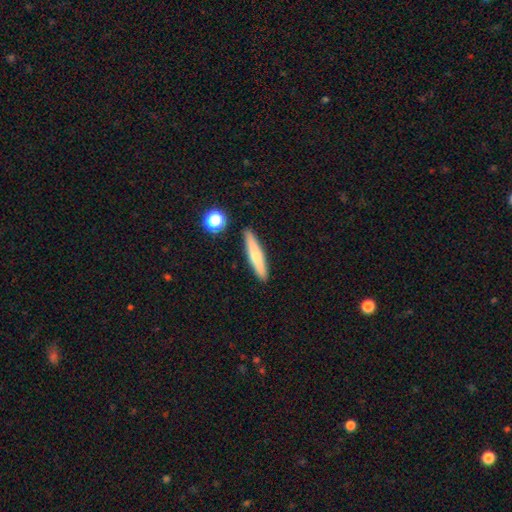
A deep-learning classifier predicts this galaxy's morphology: This is likely a smooth galaxy (63%). How rounded: clearly cigar-shaped (88%). Merging: clearly none (88%).